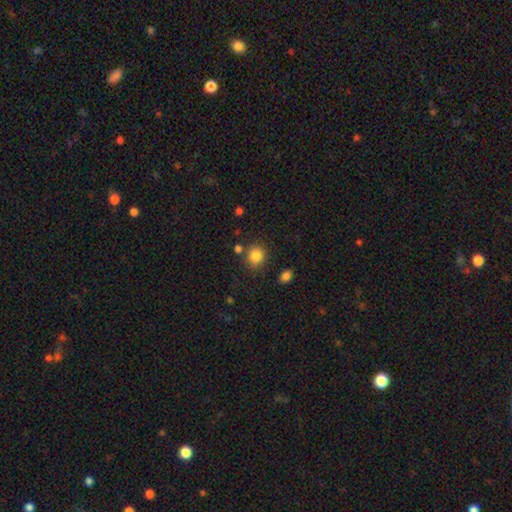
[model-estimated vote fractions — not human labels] Smooth or featured: smooth — 84% (star or artifact — 10%)
How rounded: round — 74% (in between — 25%)
Merging: none — 78% (minor disturbance — 12%)